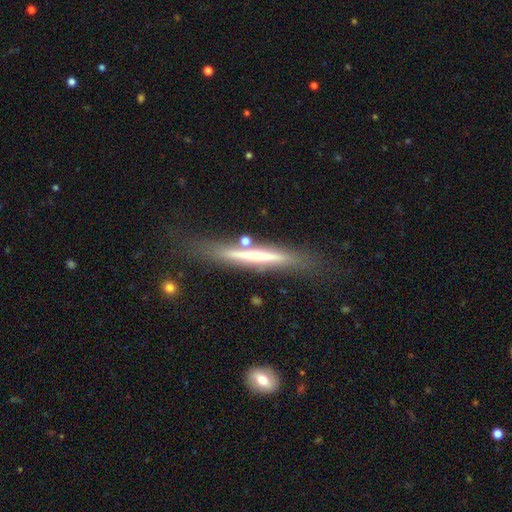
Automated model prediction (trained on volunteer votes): This is possibly a featured or disk galaxy (59%). It is clearly viewed edge-on (94%). Edge-on bulge: likely none (64%). Merging: likely none (72%).